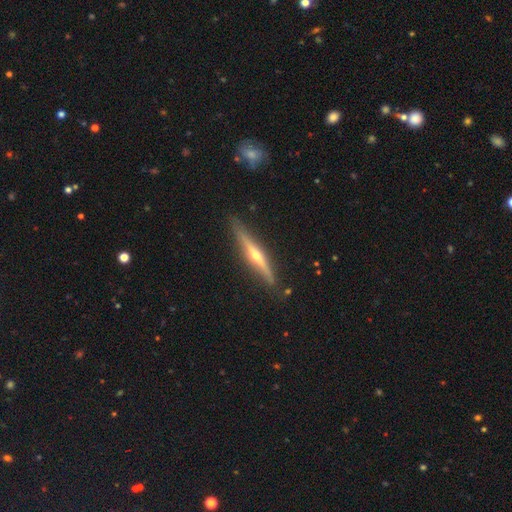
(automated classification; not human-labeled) smooth-or-featured: featured or disk: 77% | smooth: 17% | star or artifact: 5%
  disk-edge-on: yes: 97% | no: 3%
    edge-on-bulge: rounded: 89% | none: 8% | boxy: 3%
  merging: none: 87% | minor disturbance: 10% | major disturbance: 2% | merger: 2%